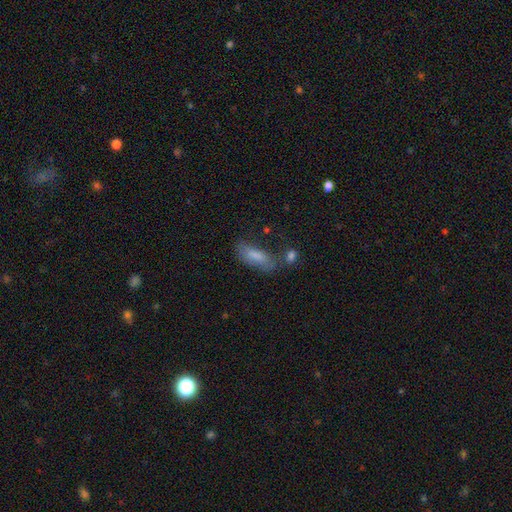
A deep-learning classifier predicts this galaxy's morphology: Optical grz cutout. It shows a smooth galaxy with no disk features (76%) that is in between round and cigar-shaped (64%). Merging: none (48%).